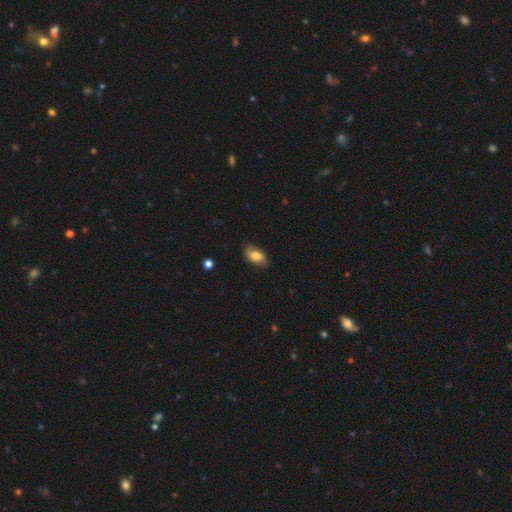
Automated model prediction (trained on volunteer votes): Overall: smooth (75%). How rounded: in between (91%). Merging: none (77%).